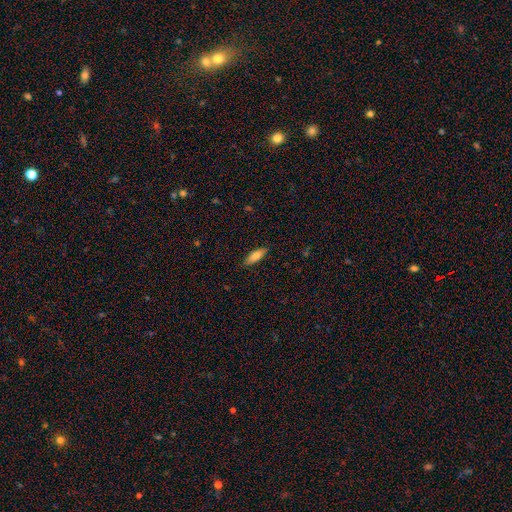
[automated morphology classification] smooth-or-featured: smooth: 73% | featured or disk: 20% | star or artifact: 6%
  how-rounded: in between: 55% | cigar-shaped: 42% | round: 2%
  merging: none: 86% | minor disturbance: 11% | major disturbance: 2% | merger: 1%